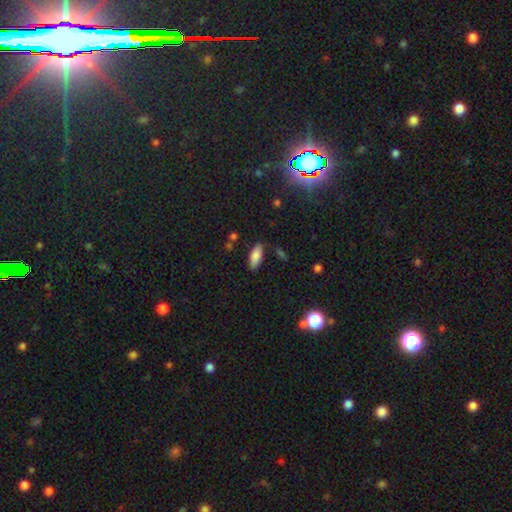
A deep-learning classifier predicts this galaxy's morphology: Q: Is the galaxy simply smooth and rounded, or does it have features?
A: smooth — 82%.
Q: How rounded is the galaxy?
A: in between — 77%.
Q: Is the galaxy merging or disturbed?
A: none — 79%.